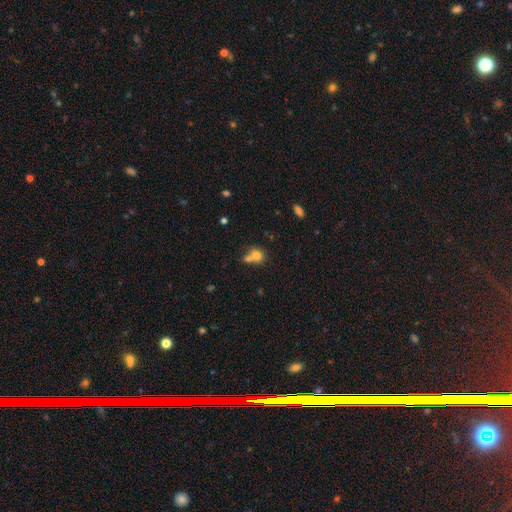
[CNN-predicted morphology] smooth-or-featured: smooth: 73% | featured or disk: 15% | star or artifact: 12%
  how-rounded: round: 71% | in between: 28% | cigar-shaped: 1%
  merging: merger: 52% | none: 37% | minor disturbance: 8% | major disturbance: 3%